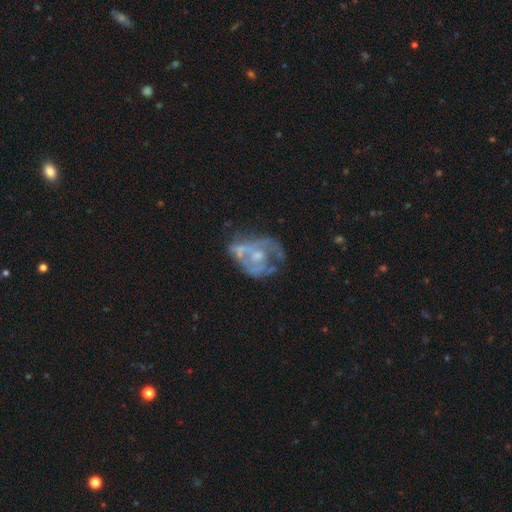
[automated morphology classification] A featured or disk galaxy (73%) with no bar (79%), no spiral arms (61%) and a moderate central bulge (48%). Merging: none (38%).